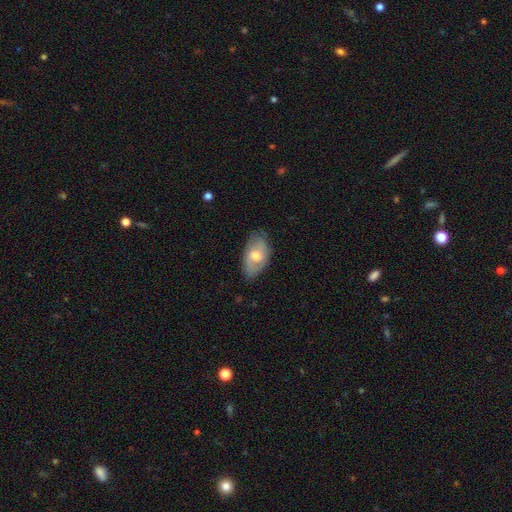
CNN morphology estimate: Smooth or featured? smooth (52%)
How rounded? in between (92%)
Merging? none (71%)